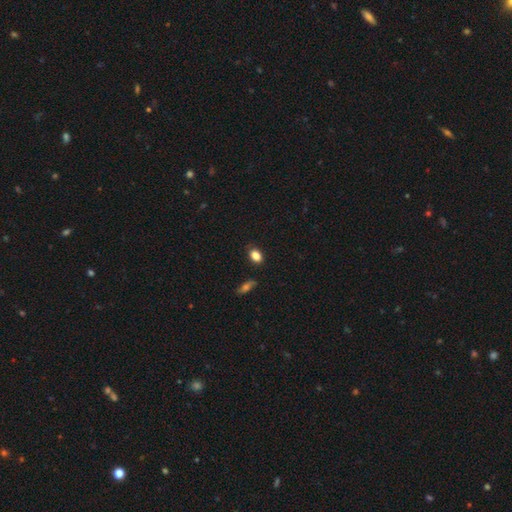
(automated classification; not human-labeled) Smooth or featured? Predicted: smooth (p=0.85). How rounded? Predicted: in between (p=0.77). Merging? Predicted: none (p=0.81).